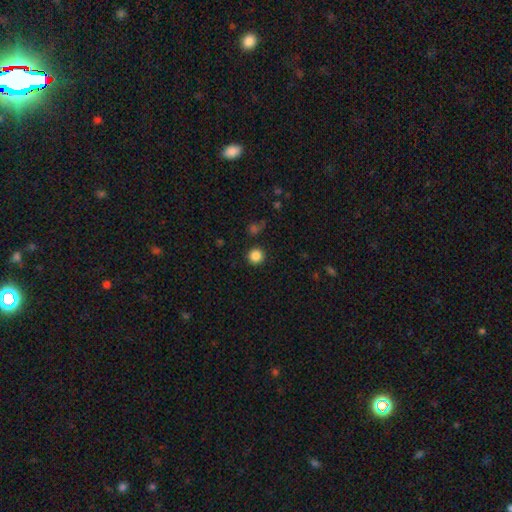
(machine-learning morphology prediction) Smooth or featured? Predicted: smooth (p=0.86). How rounded? Predicted: round (p=0.95). Merging? Predicted: none (p=0.91).